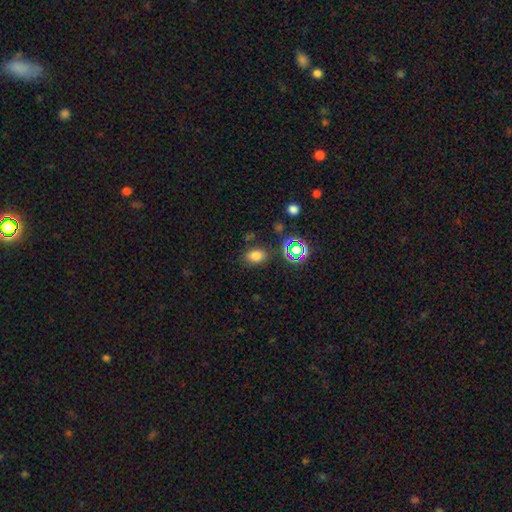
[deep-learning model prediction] A smooth galaxy with no disk features (72%) that is in between round and cigar-shaped (73%). Merging: none (79%).